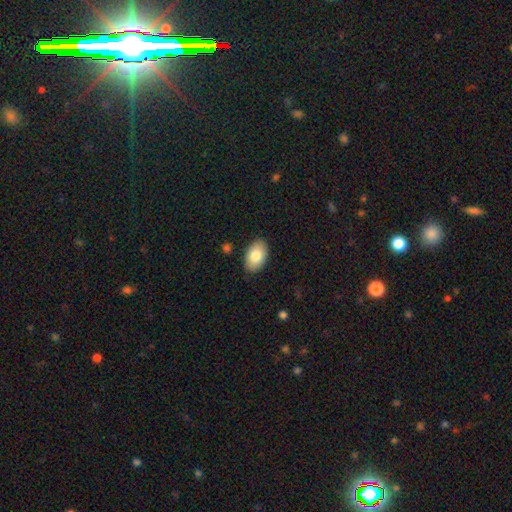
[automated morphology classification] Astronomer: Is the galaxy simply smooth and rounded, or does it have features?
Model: smooth — 81%.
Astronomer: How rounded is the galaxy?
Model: in between — 92%.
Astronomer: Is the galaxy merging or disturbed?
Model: none — 88%.